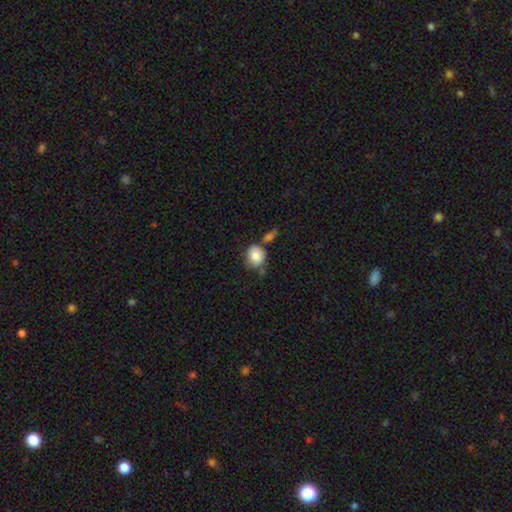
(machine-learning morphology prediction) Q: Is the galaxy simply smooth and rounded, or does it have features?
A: smooth — 81%.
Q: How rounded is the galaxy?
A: round — 77%.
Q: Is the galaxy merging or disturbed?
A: none — 56%.